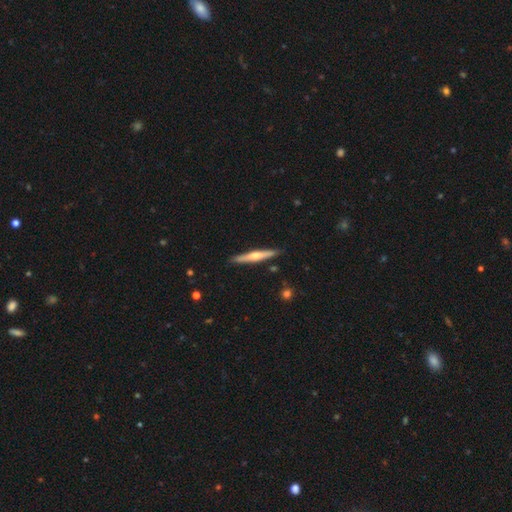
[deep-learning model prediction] smooth-or-featured: featured or disk: 57% | smooth: 38% | star or artifact: 5%
  disk-edge-on: yes: 97% | no: 3%
    edge-on-bulge: rounded: 80% | none: 14% | boxy: 6%
  merging: none: 89% | minor disturbance: 8% | merger: 1% | major disturbance: 1%